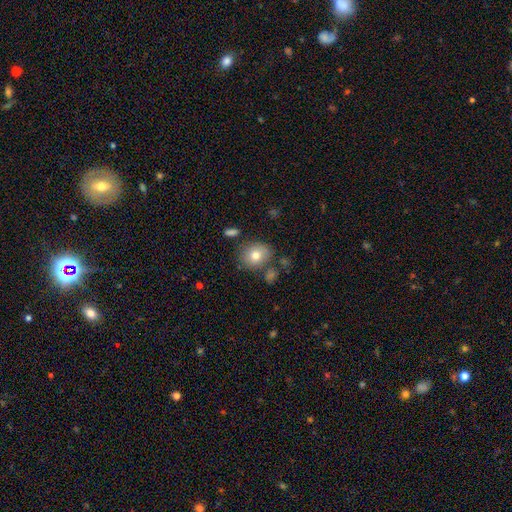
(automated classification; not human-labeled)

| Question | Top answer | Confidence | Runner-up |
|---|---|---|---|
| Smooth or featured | smooth | 77% | featured or disk (13%) |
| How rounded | round | 60% | in between (39%) |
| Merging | none | 76% | minor disturbance (13%) |